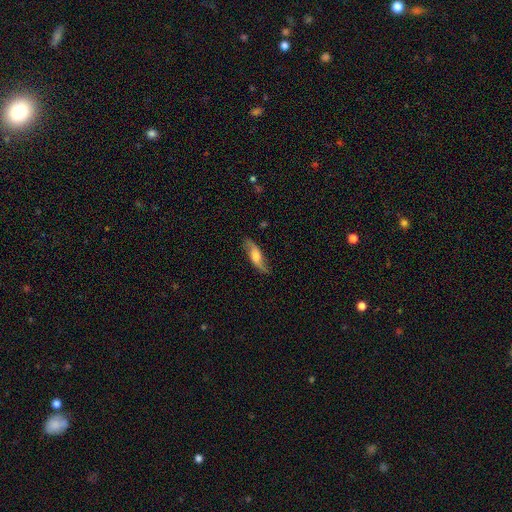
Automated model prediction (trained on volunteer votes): A featured or disk galaxy (58%). Merging: none (77%).